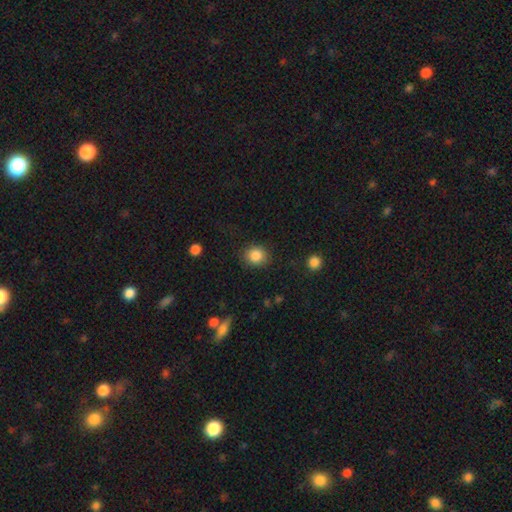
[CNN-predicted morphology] Smooth or featured? Predicted: smooth (p=0.86). How rounded? Predicted: round (p=0.81). Merging? Predicted: none (p=0.86).